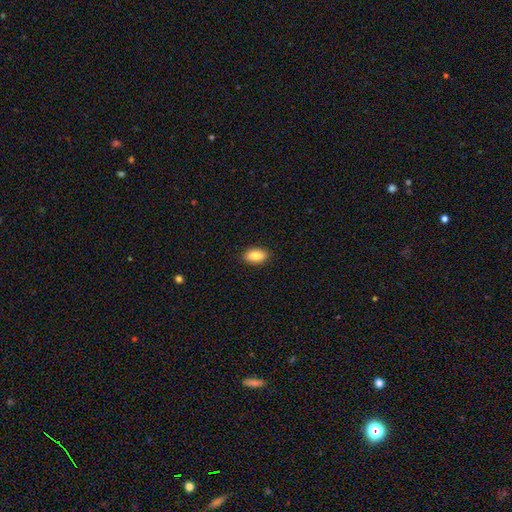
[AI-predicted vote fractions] This is clearly a smooth galaxy (87%). How rounded: clearly in between (91%). Merging: clearly none (89%).